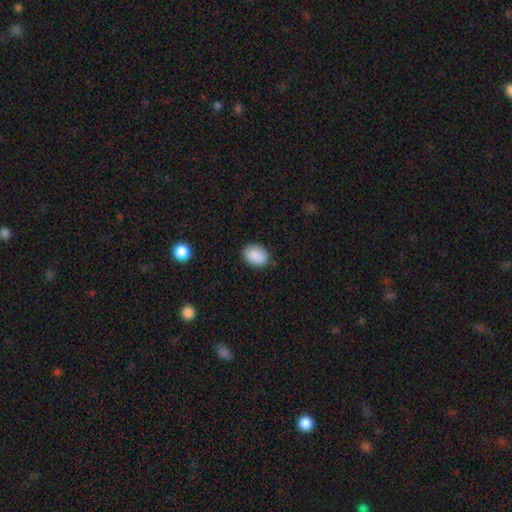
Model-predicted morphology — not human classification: Q: Smooth or featured?
A: smooth (88%); runner-up: star or artifact (7%)
Q: How rounded?
A: in between (73%); runner-up: round (26%)
Q: Merging?
A: none (81%); runner-up: minor disturbance (15%)